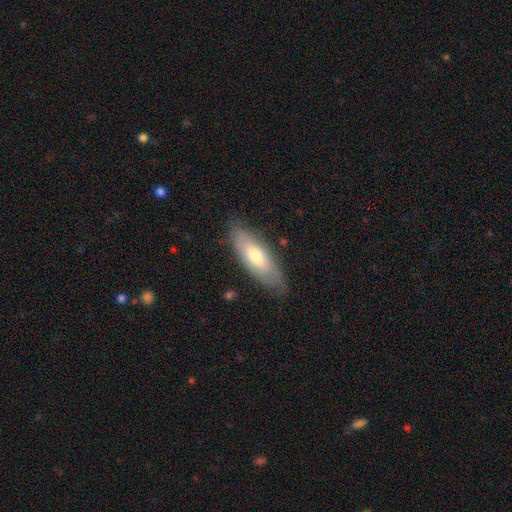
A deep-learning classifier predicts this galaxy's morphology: This appears to be a smooth galaxy with no disk features (61%) that is in between round and cigar-shaped (65%). Merging: none (79%).